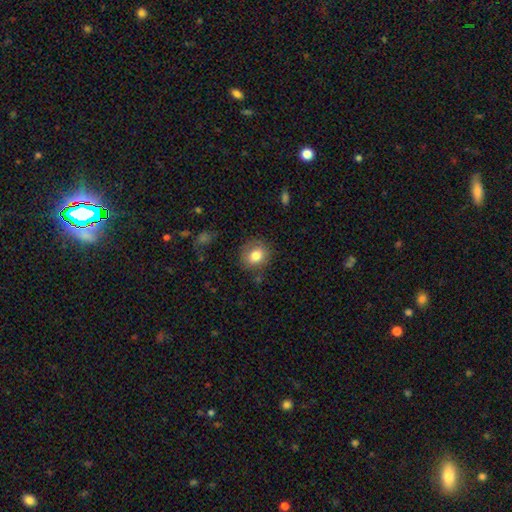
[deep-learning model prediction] Overall: smooth (80%). How rounded: round (71%). Merging: none (79%).